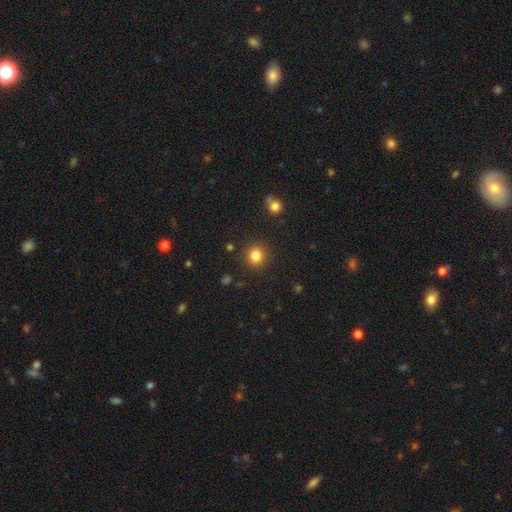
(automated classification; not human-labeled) Overall: smooth (83%). How rounded: round (90%). Merging: none (89%).